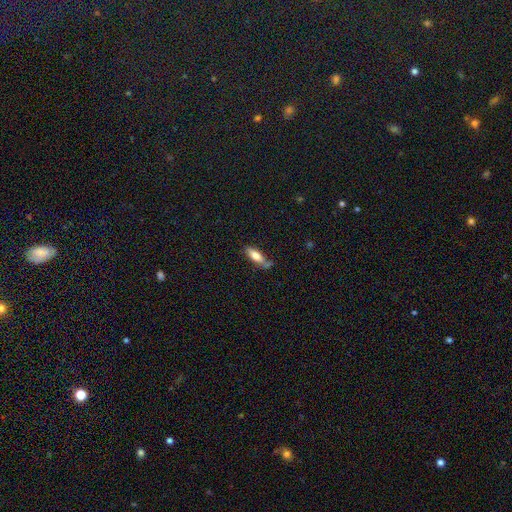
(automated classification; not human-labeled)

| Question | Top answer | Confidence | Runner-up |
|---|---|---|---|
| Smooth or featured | smooth | 75% | featured or disk (18%) |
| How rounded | in between | 66% | cigar-shaped (32%) |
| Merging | none | 58% | minor disturbance (23%) |